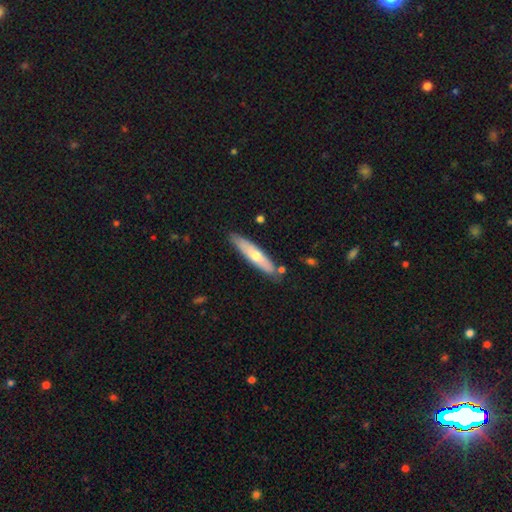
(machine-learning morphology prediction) This appears to be a smooth galaxy with no disk features (57%) that is cigar-shaped (82%). Merging: none (81%).